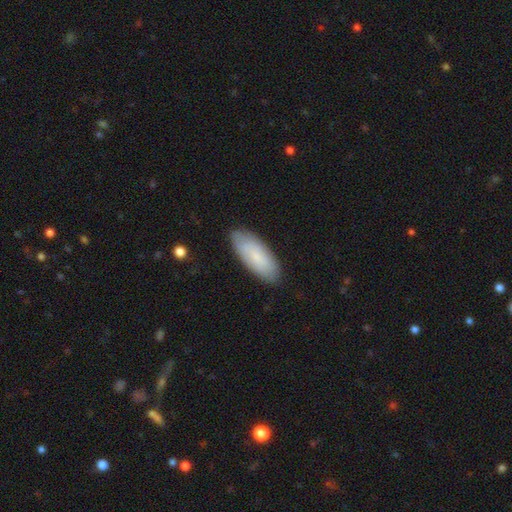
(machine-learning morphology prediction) Smooth or featured? Predicted: smooth (p=0.73). How rounded? Predicted: in between (p=0.77). Merging? Predicted: none (p=0.85).